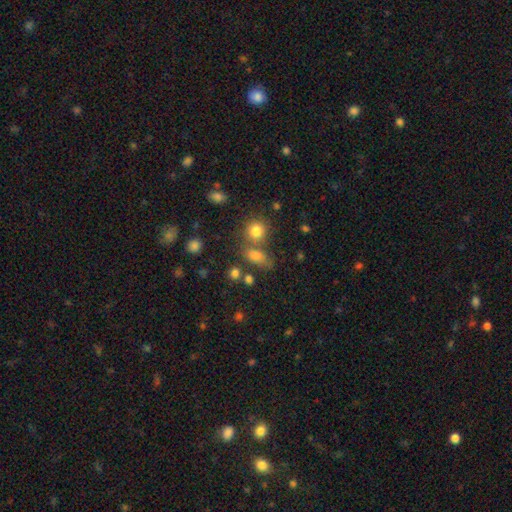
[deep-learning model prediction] Smooth or featured? smooth (77%)
How rounded? in between (70%)
Merging? none (50%)